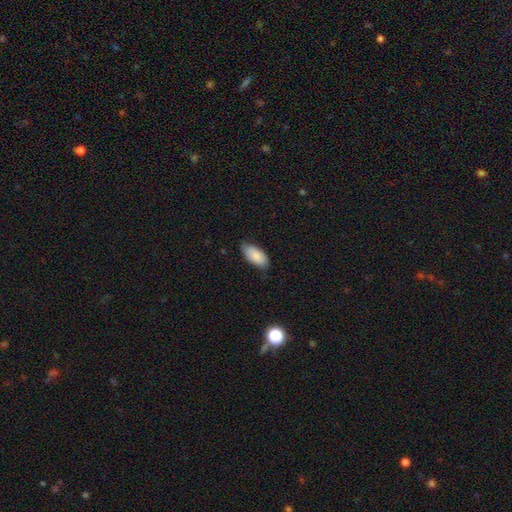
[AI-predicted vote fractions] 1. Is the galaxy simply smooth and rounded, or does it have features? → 87% smooth, 7% featured or disk, 6% star or artifact.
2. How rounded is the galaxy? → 92% in between, 6% cigar-shaped, 2% round.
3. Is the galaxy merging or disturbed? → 74% none, 22% minor disturbance, 3% major disturbance, 1% merger.